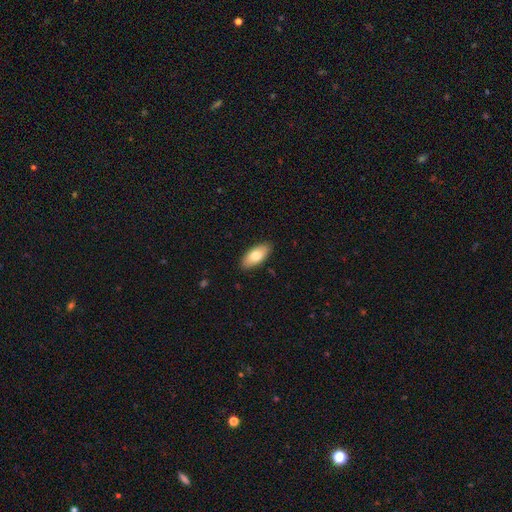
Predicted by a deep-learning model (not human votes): Smooth or featured? Predicted: smooth (p=0.75). How rounded? Predicted: in between (p=0.89). Merging? Predicted: none (p=0.89).